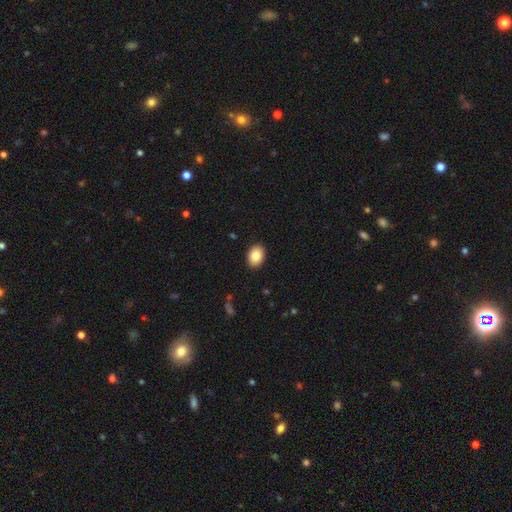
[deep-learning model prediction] Smooth or featured? smooth (84%)
How rounded? in between (78%)
Merging? none (90%)